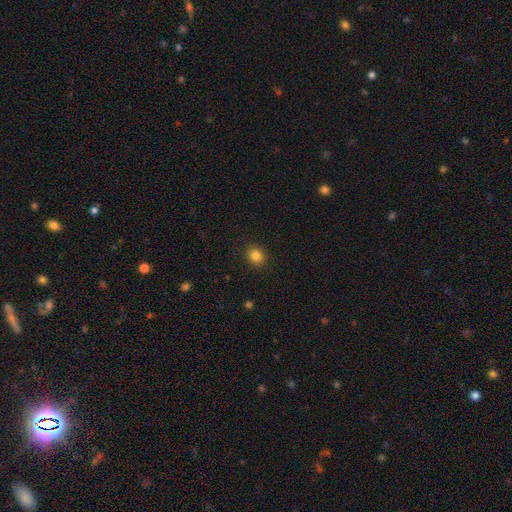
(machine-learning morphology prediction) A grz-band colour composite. It shows a smooth galaxy with no disk features (84%) that is round (78%). Merging: none (91%).